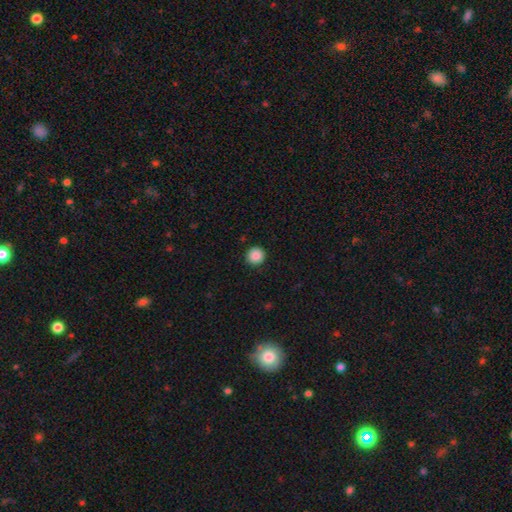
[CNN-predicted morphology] smooth 88%, star or artifact 9%, featured or disk 3%. Down the decision tree: how rounded — round (95%); merging — none (92%).